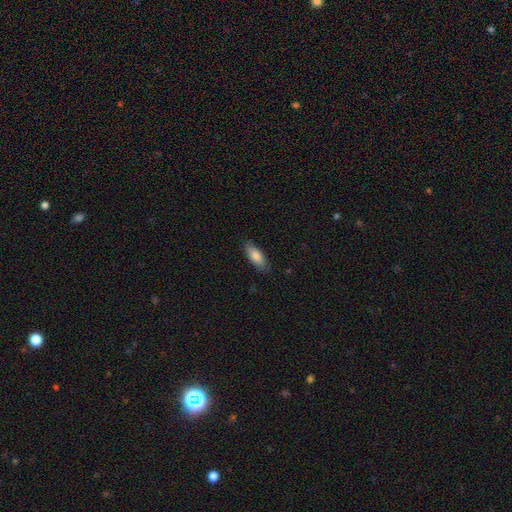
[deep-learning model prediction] smooth-or-featured: smooth: 83% | featured or disk: 11% | star or artifact: 6%
  how-rounded: in between: 75% | cigar-shaped: 24% | round: 2%
  merging: none: 85% | minor disturbance: 12% | major disturbance: 2% | merger: 1%